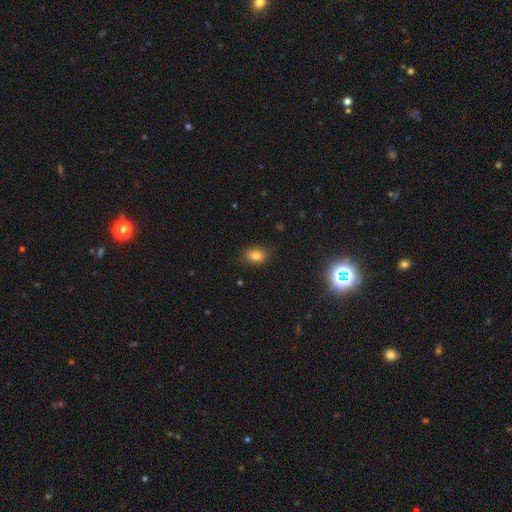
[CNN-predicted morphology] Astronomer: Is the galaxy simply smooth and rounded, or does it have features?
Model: smooth — 80%.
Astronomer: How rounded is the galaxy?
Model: in between — 68%.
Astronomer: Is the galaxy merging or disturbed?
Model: none — 83%.